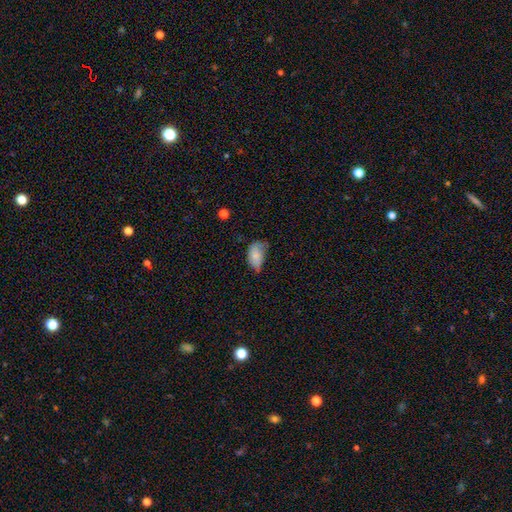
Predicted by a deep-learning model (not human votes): A smooth galaxy with no disk features (73%) that is in between round and cigar-shaped (92%). Merging: minor disturbance (45%).